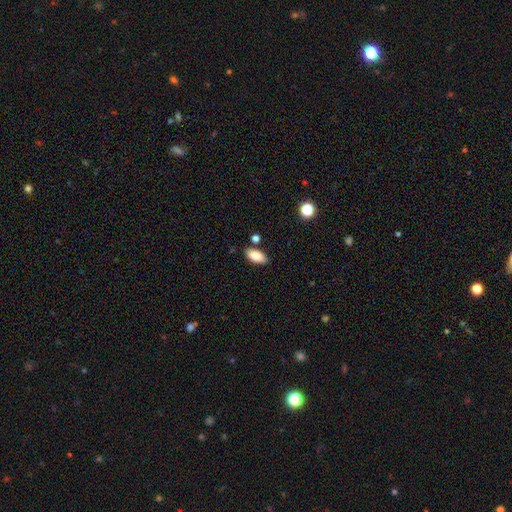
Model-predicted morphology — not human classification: Smooth or featured: smooth — 87% (star or artifact — 7%)
How rounded: in between — 92% (cigar-shaped — 6%)
Merging: none — 81% (minor disturbance — 12%)